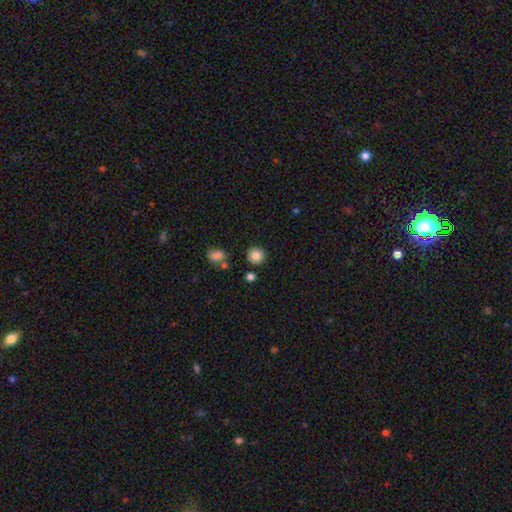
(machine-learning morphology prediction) Smooth or featured? Predicted: smooth (p=0.85). How rounded? Predicted: round (p=0.92). Merging? Predicted: none (p=0.86).